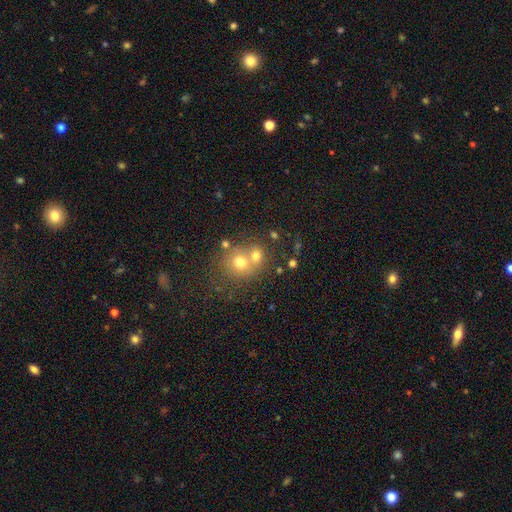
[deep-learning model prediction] Overall: smooth (67%). How rounded: round (78%). Merging: merger (49%; none 40%).